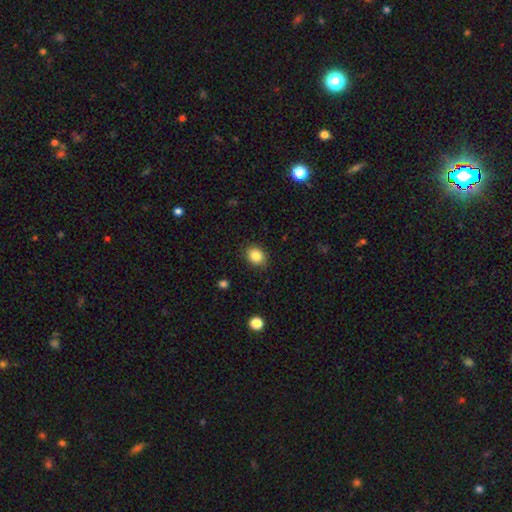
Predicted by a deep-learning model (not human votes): This is clearly a smooth galaxy (85%). How rounded: possibly round (55%). Merging: clearly none (88%).